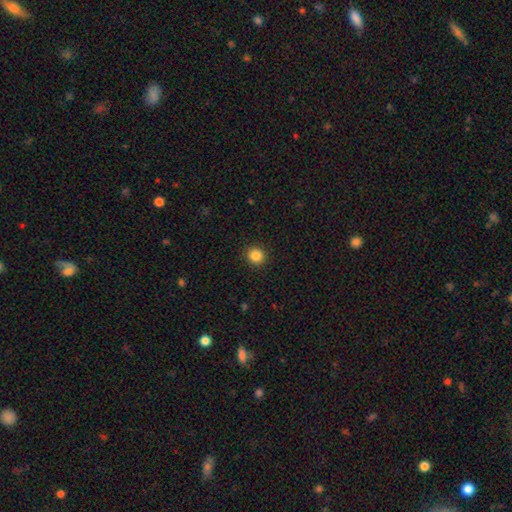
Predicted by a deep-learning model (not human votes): Overall: smooth (85%). How rounded: round (90%). Merging: none (92%).